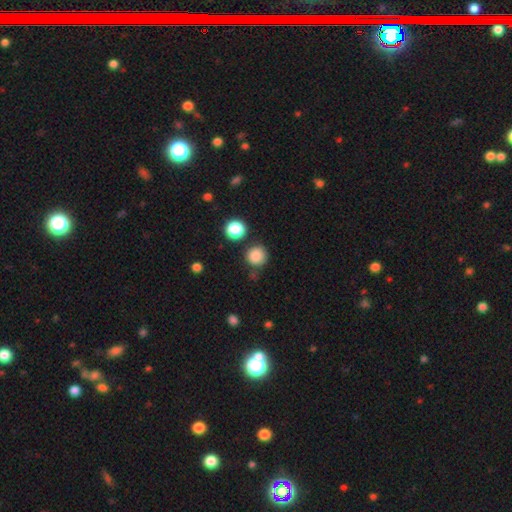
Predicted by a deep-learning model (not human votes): Smooth or featured? Predicted: smooth (p=0.85). How rounded? Predicted: round (p=0.93). Merging? Predicted: none (p=0.79).